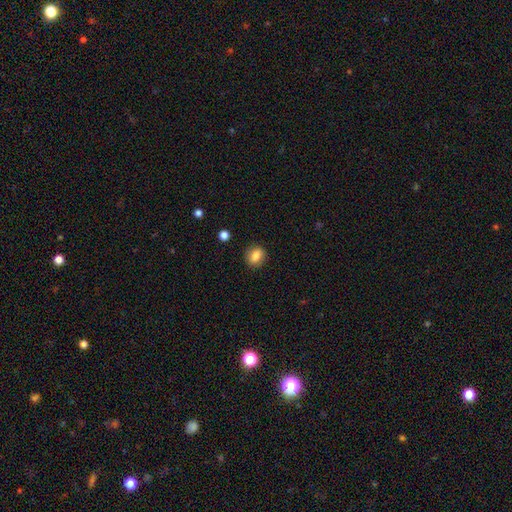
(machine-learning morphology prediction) A smooth galaxy with no disk features (83%) that is round (49%, tied with in between). Merging: none (87%).